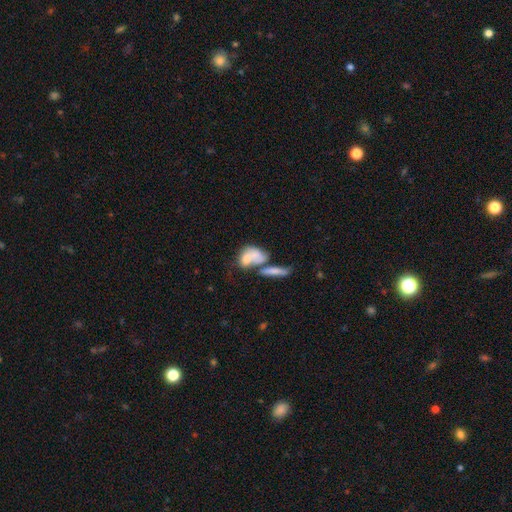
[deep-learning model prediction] Smooth or featured? smooth (63%)
How rounded? in between (69%)
Merging? merger (56%)